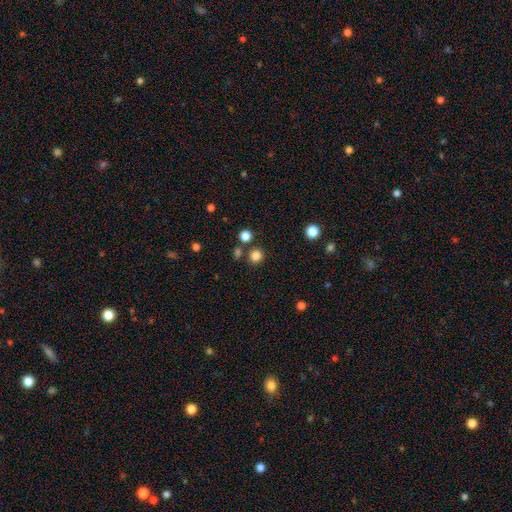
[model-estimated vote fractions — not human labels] smooth 82%, star or artifact 14%, featured or disk 4%. Down the decision tree: how rounded — round (92%); merging — none (82%).